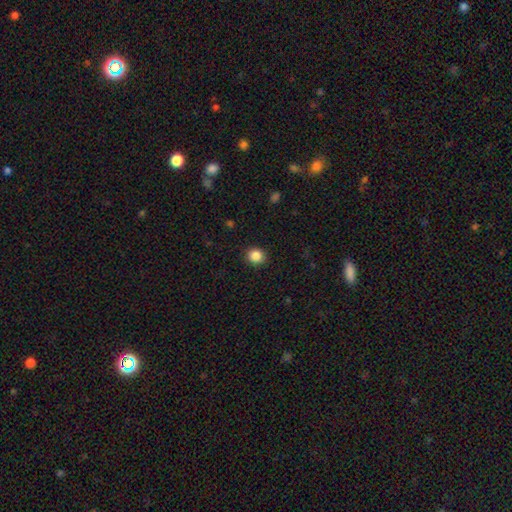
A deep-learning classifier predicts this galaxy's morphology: The model was most divided on "how rounded": round: 83%, in between: 16%, cigar-shaped: 1%. More confident: merging — none (91%); smooth or featured — smooth (86%).